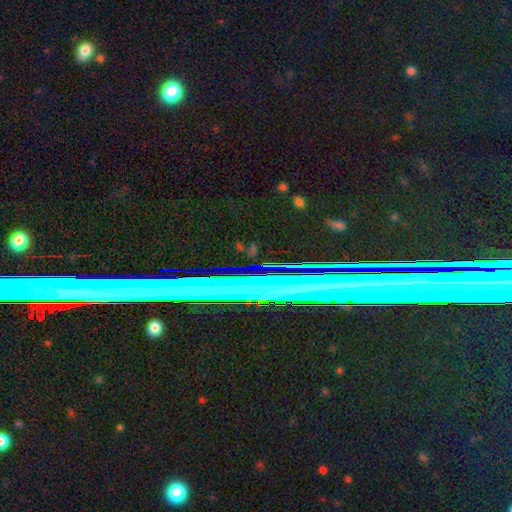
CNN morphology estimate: type=star or artifact (64%).